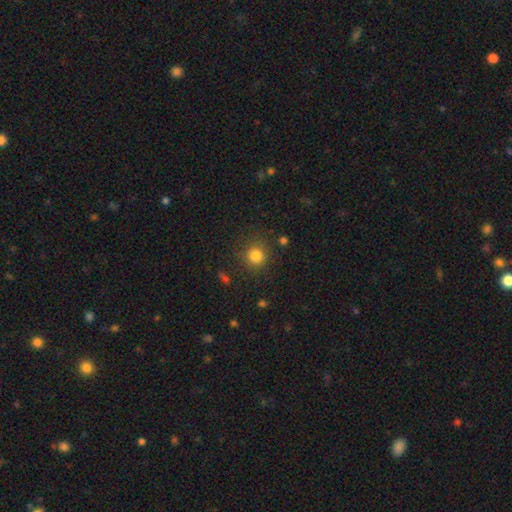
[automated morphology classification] type=smooth (81%); roundness=round (91%); merging=none (83%).